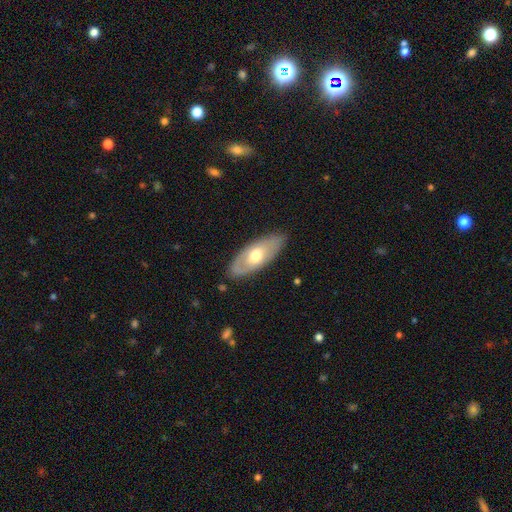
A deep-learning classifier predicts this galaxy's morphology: A smooth galaxy with no disk features (50%). Merging: none (82%).